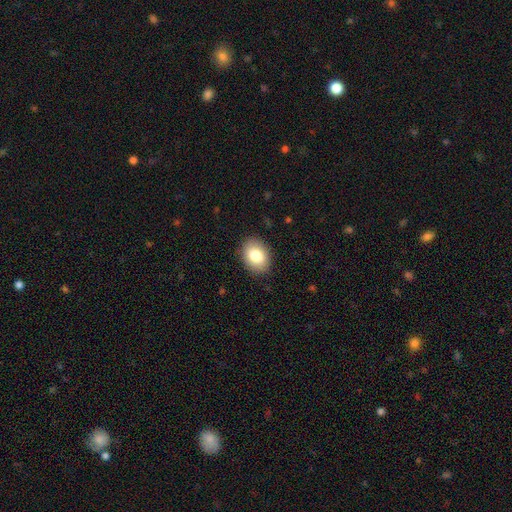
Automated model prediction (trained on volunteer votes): This is clearly a smooth galaxy (82%). How rounded: likely in between (71%). Merging: clearly none (88%).